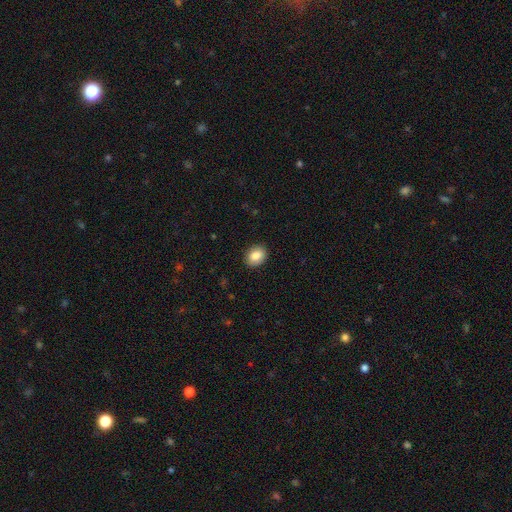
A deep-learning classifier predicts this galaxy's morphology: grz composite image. It shows a smooth galaxy with no disk features (86%) that is in between round and cigar-shaped (59%). Merging: none (90%).